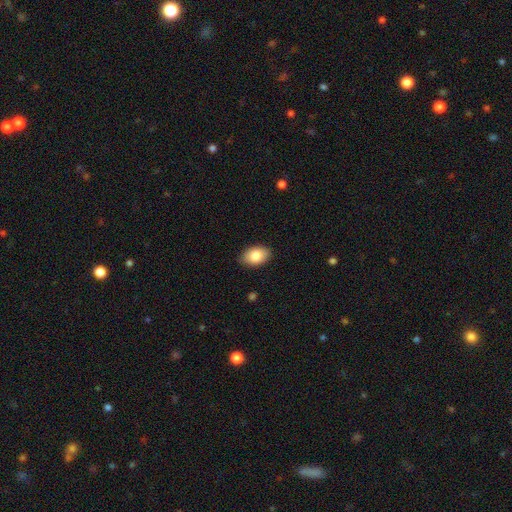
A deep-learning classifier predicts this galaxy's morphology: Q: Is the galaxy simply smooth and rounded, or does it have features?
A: smooth — 85%.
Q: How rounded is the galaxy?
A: in between — 89%.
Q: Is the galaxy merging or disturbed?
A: none — 86%.